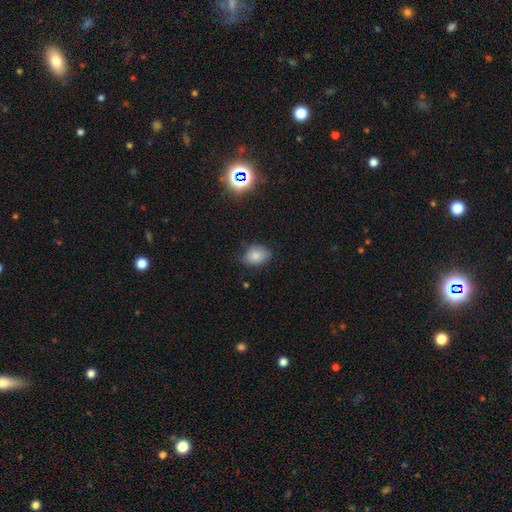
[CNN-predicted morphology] Q: Smooth or featured?
A: smooth (82%); runner-up: star or artifact (11%)
Q: How rounded?
A: in between (73%); runner-up: round (26%)
Q: Merging?
A: none (74%); runner-up: minor disturbance (20%)